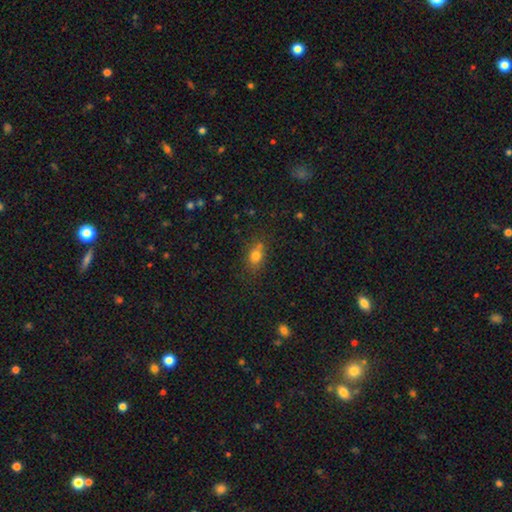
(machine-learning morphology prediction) smooth-or-featured: smooth: 75% | star or artifact: 15% | featured or disk: 10%
  how-rounded: in between: 52% | round: 46% | cigar-shaped: 2%
  merging: none: 63% | minor disturbance: 16% | merger: 16% | major disturbance: 5%